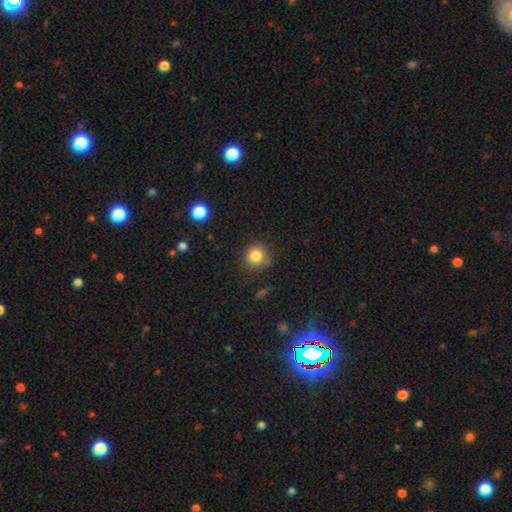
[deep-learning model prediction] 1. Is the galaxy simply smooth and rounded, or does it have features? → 83% smooth, 11% star or artifact, 6% featured or disk.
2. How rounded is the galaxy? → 91% round, 8% in between, 1% cigar-shaped.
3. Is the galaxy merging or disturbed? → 81% none, 14% minor disturbance, 4% major disturbance, 2% merger.